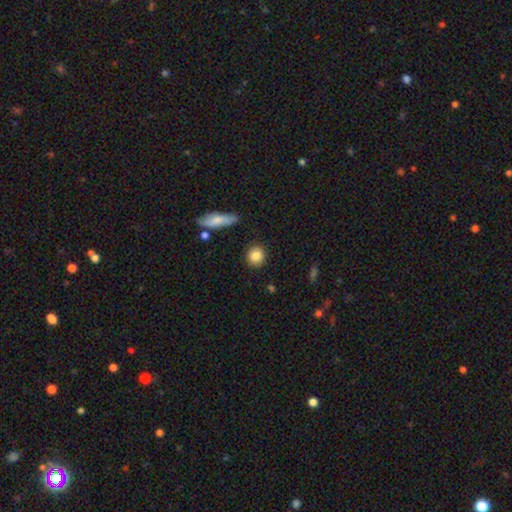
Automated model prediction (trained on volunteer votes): Smooth or featured? smooth (85%)
How rounded? round (83%)
Merging? none (88%)